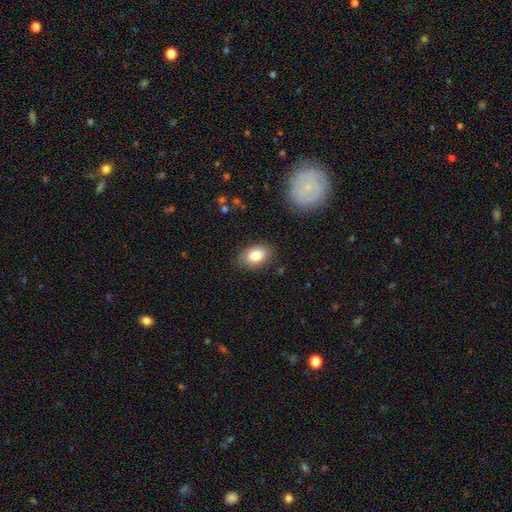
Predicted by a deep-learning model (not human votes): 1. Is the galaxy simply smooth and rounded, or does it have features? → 81% smooth, 11% featured or disk, 8% star or artifact.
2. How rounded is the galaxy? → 85% in between, 13% round, 1% cigar-shaped.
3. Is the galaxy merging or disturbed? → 84% none, 12% minor disturbance, 3% major disturbance, 1% merger.